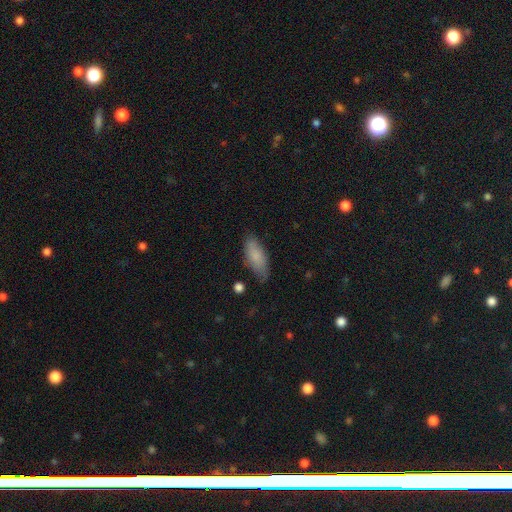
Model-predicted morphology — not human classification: smooth 81%, featured or disk 12%, star or artifact 6%. Down the decision tree: how rounded — in between (77%); merging — none (73%).